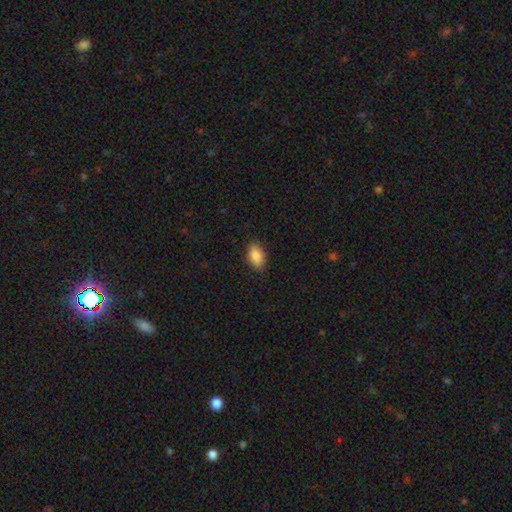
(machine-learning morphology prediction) Smooth or featured: smooth — 86% (star or artifact — 7%)
How rounded: in between — 90% (round — 5%)
Merging: none — 85% (minor disturbance — 11%)